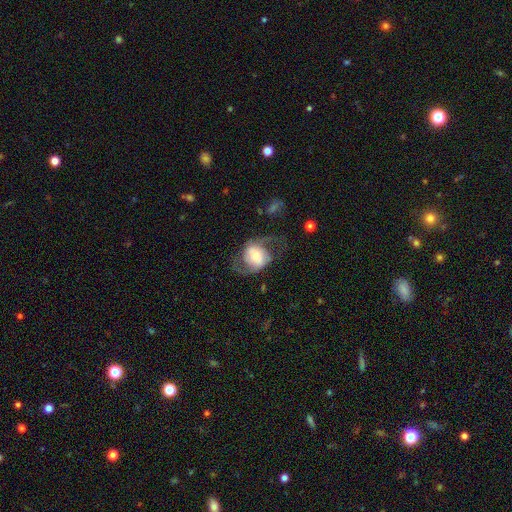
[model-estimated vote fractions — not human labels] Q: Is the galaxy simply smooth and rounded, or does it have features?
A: featured or disk — 65%.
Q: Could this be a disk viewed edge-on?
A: no — 96%.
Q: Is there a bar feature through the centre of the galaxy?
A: no — 45%.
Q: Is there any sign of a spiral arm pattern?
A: yes — 82%.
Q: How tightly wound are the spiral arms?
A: loose — 46%.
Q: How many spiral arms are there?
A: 2 — 87%.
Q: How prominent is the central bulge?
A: moderate — 50%.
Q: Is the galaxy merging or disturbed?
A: none — 56%.